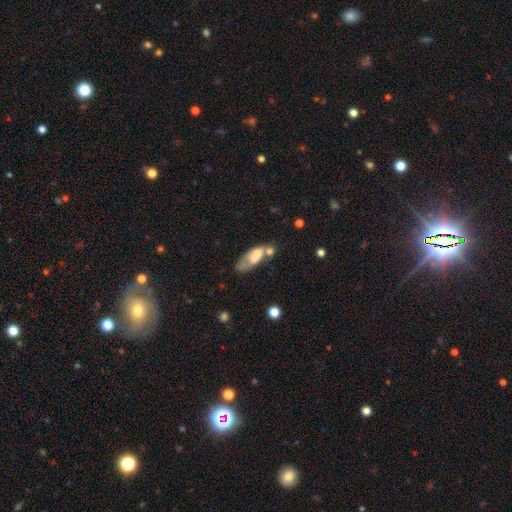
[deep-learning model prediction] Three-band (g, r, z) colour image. It shows a smooth galaxy with no disk features (65%) that is in between round and cigar-shaped (69%). Merging: none (30%).